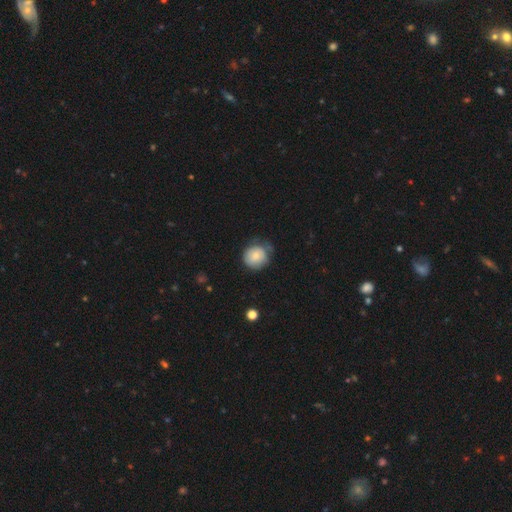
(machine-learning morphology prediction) type=smooth (74%); roundness=round (88%); merging=none (57%).